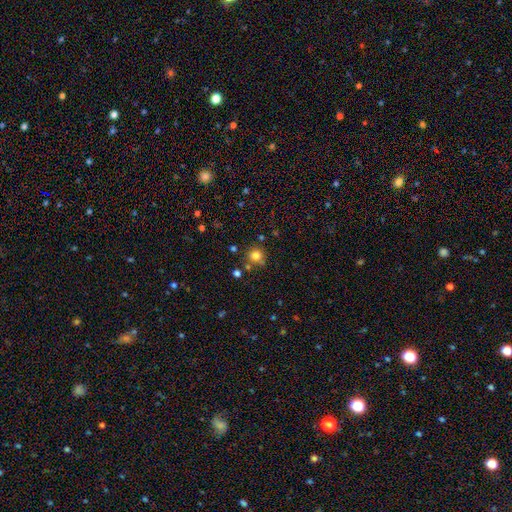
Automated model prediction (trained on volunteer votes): Smooth or featured? Predicted: smooth (p=0.80). How rounded? Predicted: round (p=0.89). Merging? Predicted: none (p=0.74).